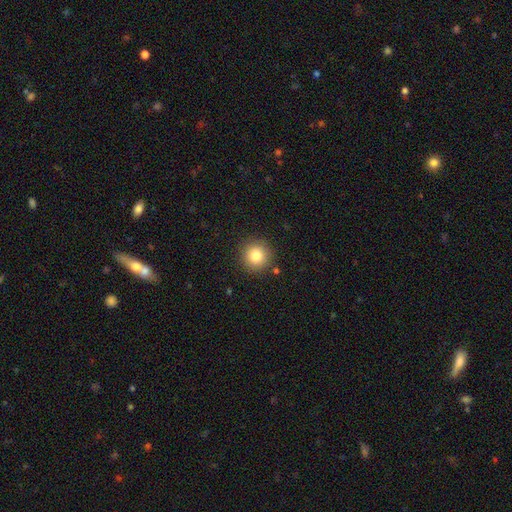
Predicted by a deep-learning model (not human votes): This is clearly a smooth galaxy (82%). How rounded: clearly round (94%). Merging: clearly none (89%).